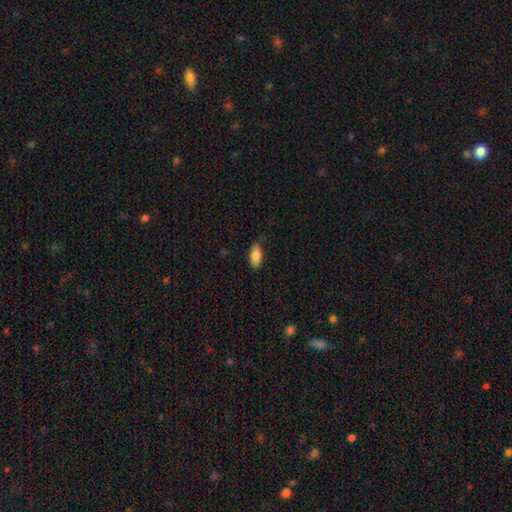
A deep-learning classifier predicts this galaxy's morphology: Smooth or featured?
  - smooth: 85% *
  - featured or disk: 8%
  - star or artifact: 7%
How rounded?
  - in between: 86% *
  - cigar-shaped: 12%
  - round: 2%
Merging?
  - none: 77% *
  - minor disturbance: 19%
  - major disturbance: 3%
  - merger: 1%